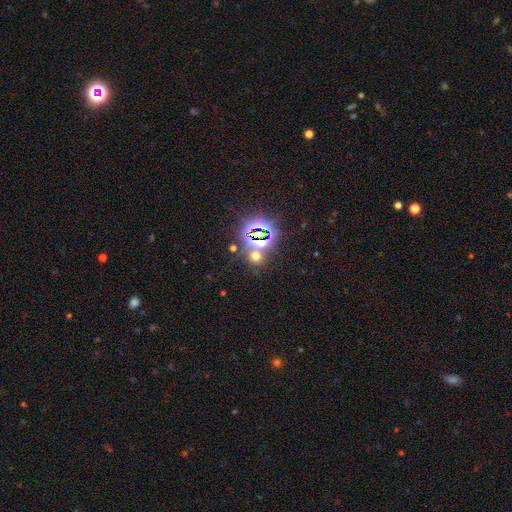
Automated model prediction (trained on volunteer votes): This is possibly a star or artifact rather than a galaxy (55%).